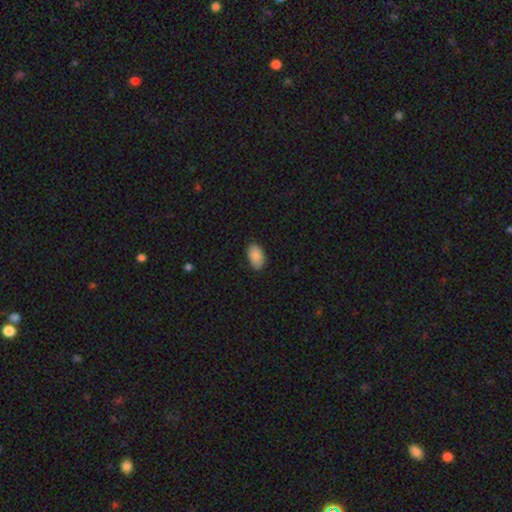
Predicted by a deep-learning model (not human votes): This is clearly a smooth galaxy (89%). How rounded: clearly in between (93%). Merging: clearly none (84%).